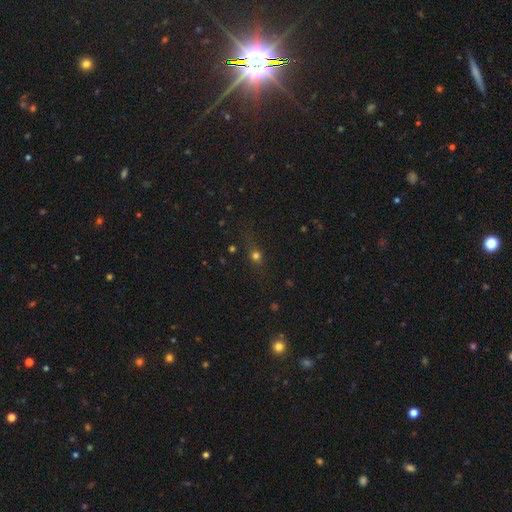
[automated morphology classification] Smooth or featured? smooth (63%)
How rounded? round (68%)
Merging? none (71%)